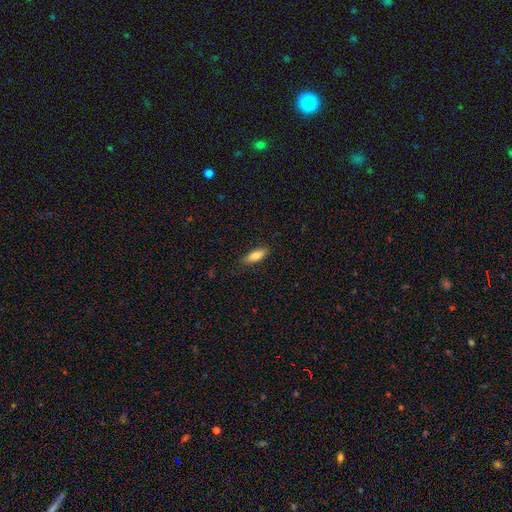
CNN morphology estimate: type=smooth (80%); roundness=in between (60%); merging=none (84%).